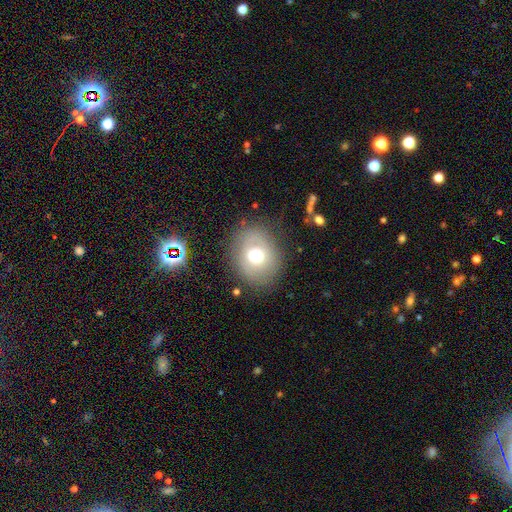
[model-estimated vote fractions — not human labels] smooth_or_featured: smooth (p=0.61) [alt: featured or disk p=0.27]
how_rounded: round (p=0.61) [alt: in between p=0.39]
merging: none (p=0.76) [alt: minor disturbance p=0.15]